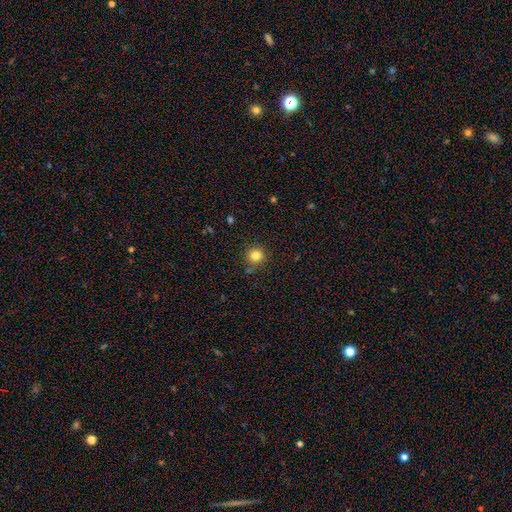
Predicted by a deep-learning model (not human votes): Smooth or featured? Predicted: smooth (p=0.81). How rounded? Predicted: round (p=0.94). Merging? Predicted: none (p=0.84).